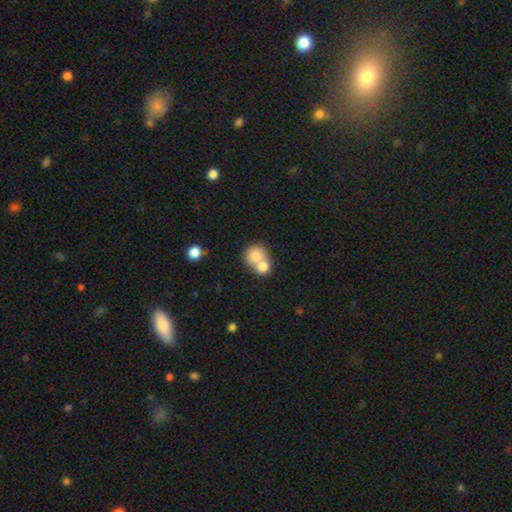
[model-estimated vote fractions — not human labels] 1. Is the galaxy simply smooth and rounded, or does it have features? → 78% smooth, 14% featured or disk, 9% star or artifact.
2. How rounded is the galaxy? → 77% round, 22% in between, 1% cigar-shaped.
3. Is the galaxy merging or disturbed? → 64% merger, 27% none, 6% minor disturbance, 3% major disturbance.